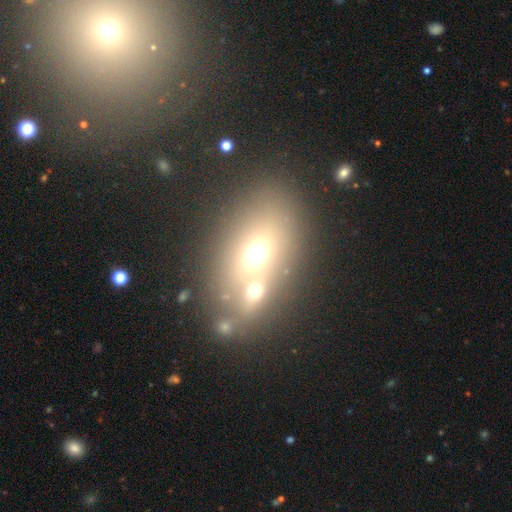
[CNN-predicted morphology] Smooth or featured? smooth (56%)
How rounded? in between (72%)
Merging? none (46%)